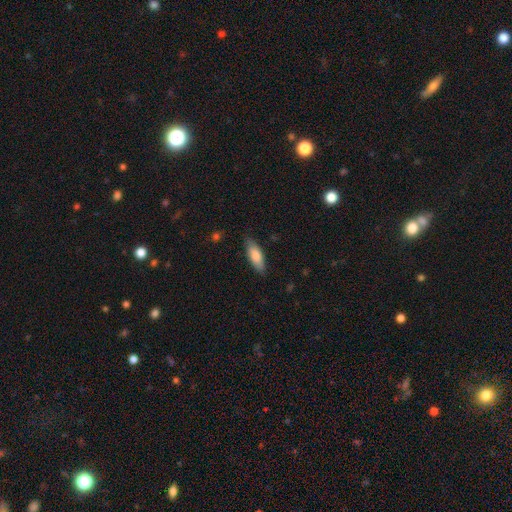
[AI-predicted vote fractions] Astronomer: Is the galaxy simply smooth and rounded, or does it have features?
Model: smooth — 81%.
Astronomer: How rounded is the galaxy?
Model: in between — 68%.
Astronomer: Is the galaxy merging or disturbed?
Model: none — 82%.